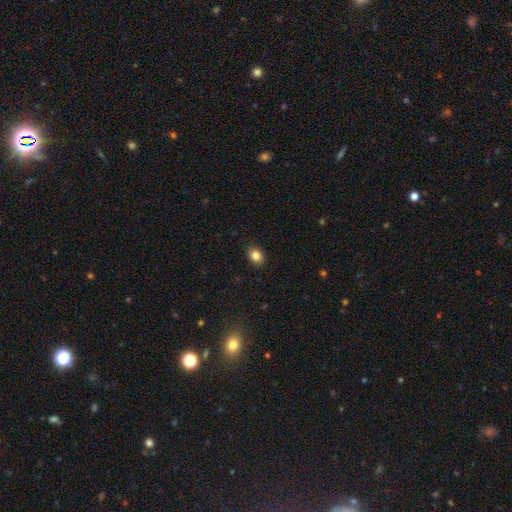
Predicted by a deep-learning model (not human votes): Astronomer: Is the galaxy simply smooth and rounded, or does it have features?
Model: smooth — 85%.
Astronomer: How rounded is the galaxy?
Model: in between — 62%.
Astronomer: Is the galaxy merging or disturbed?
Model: none — 87%.